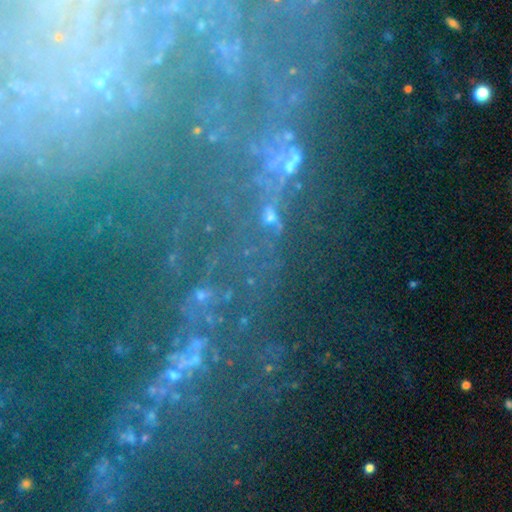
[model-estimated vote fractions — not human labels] This is possibly a star or artifact rather than a galaxy (50%).